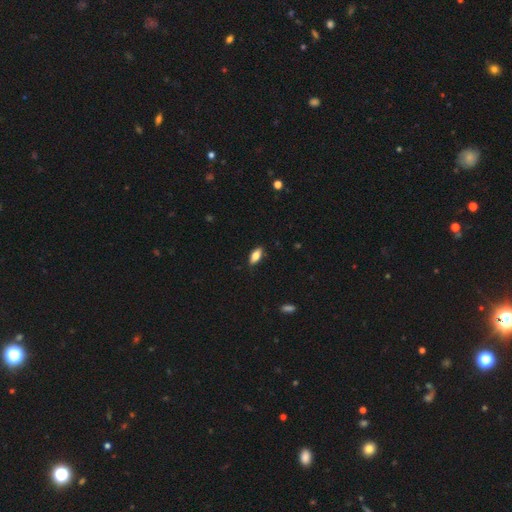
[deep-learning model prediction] Overall: smooth (76%). How rounded: in between (83%). Merging: none (86%).